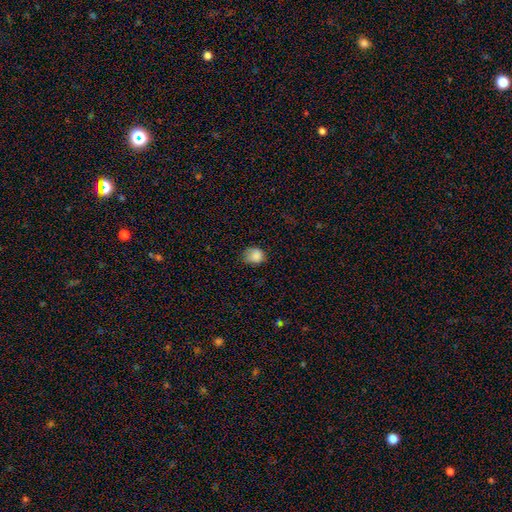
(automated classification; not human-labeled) A smooth galaxy with no disk features (86%) that is round (68%).

Vote fractions:
- Smooth or featured? smooth: 86% / star or artifact: 9% / featured or disk: 5%
- How rounded? round: 68% / in between: 31% / cigar-shaped: 1%
- Merging? none: 64% / minor disturbance: 28% / major disturbance: 7% / merger: 1%